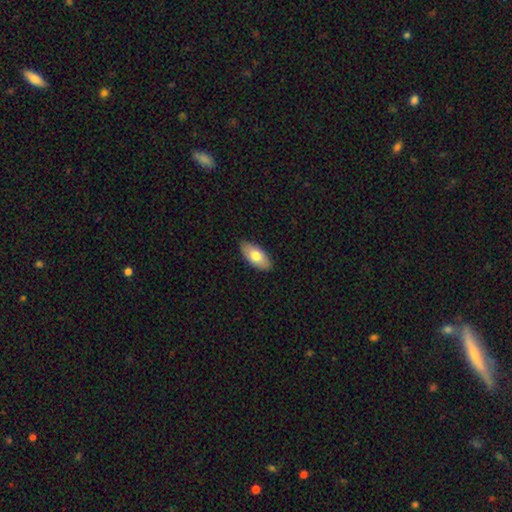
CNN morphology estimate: Smooth or featured? smooth (75%)
How rounded? in between (92%)
Merging? none (86%)